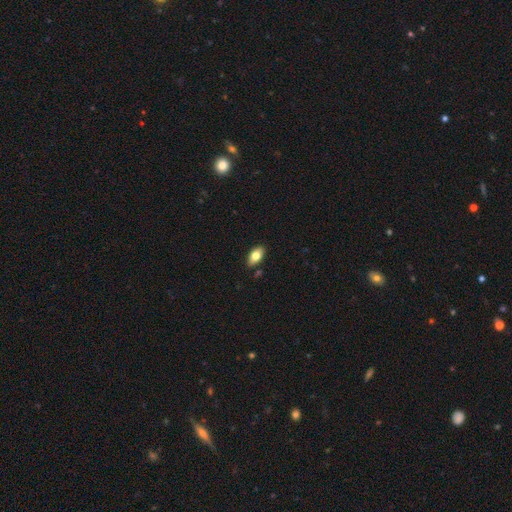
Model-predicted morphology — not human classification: smooth 77%, featured or disk 16%, star or artifact 7%. Down the decision tree: how rounded — in between (91%); merging — none (86%).